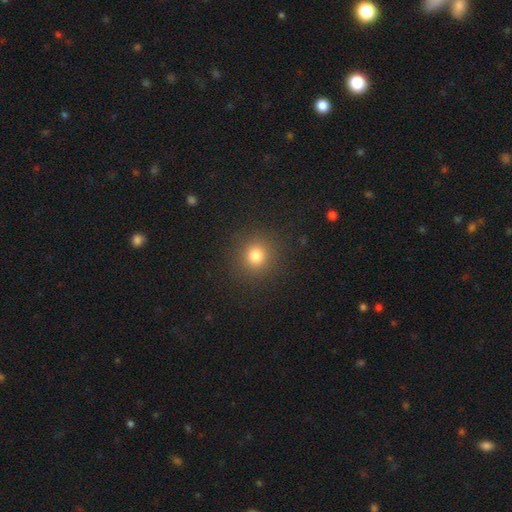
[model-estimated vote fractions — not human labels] smooth 79%, star or artifact 15%, featured or disk 6%. Down the decision tree: how rounded — round (91%); merging — none (90%).